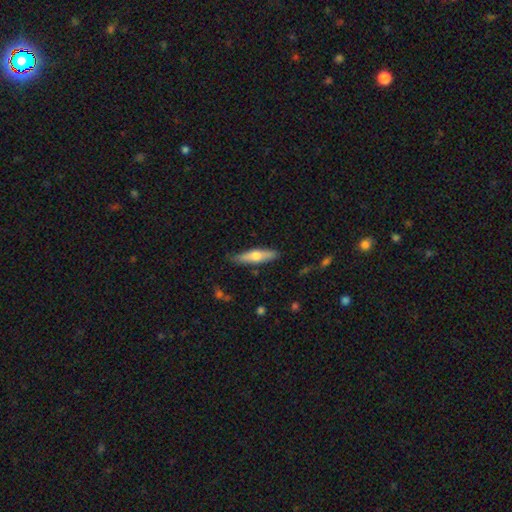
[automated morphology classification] Overall: smooth (55%; featured or disk 39%). How rounded: cigar-shaped (72%). Merging: none (84%).